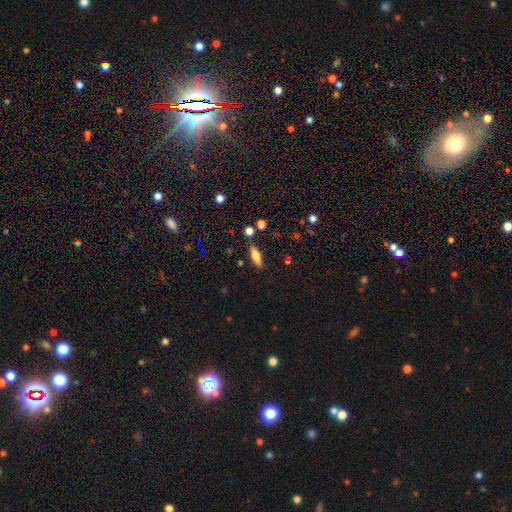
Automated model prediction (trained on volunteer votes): smooth-or-featured: smooth: 75% | featured or disk: 17% | star or artifact: 8%
  how-rounded: in between: 64% | cigar-shaped: 33% | round: 3%
  merging: none: 83% | minor disturbance: 11% | merger: 4% | major disturbance: 3%